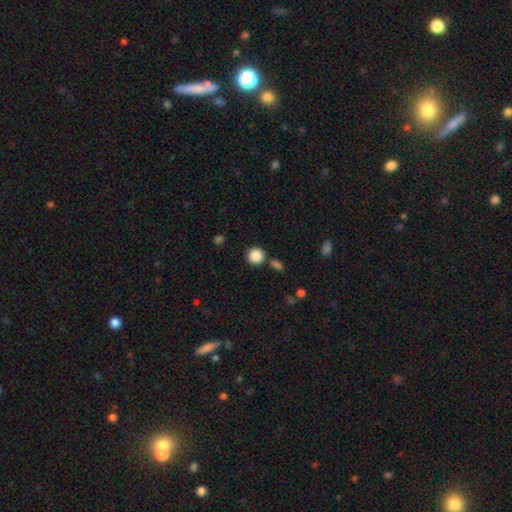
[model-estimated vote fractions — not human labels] smooth 87%, star or artifact 9%, featured or disk 3%. Down the decision tree: how rounded — round (93%); merging — none (80%).